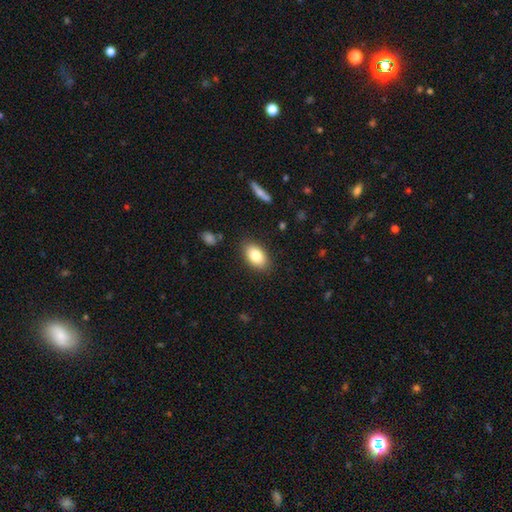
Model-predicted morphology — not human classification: This appears to be a smooth galaxy with no disk features (84%) that is in between round and cigar-shaped (92%). Merging: none (86%).